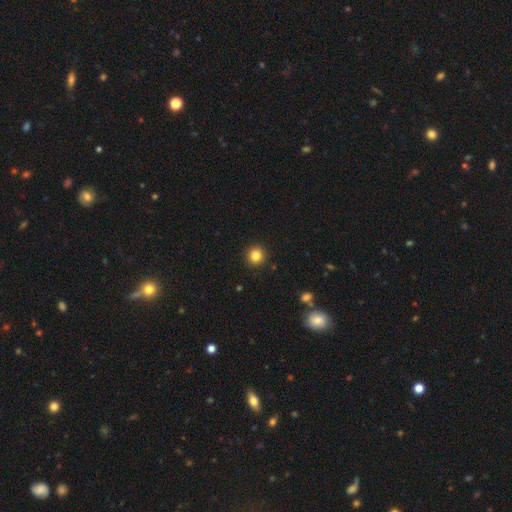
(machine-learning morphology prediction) A smooth galaxy with no disk features (84%) that is round (94%).

Vote fractions:
- Smooth or featured? smooth: 84% / star or artifact: 11% / featured or disk: 5%
- How rounded? round: 94% / in between: 5% / cigar-shaped: 1%
- Merging? none: 93% / minor disturbance: 5% / major disturbance: 2% / merger: 1%